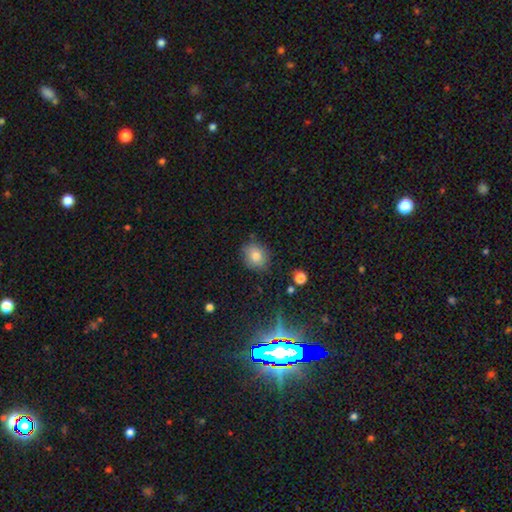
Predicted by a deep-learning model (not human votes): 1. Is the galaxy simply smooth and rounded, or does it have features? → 78% smooth, 13% star or artifact, 9% featured or disk.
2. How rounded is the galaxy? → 67% round, 32% in between, 1% cigar-shaped.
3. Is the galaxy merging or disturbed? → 81% none, 14% minor disturbance, 3% major disturbance, 2% merger.